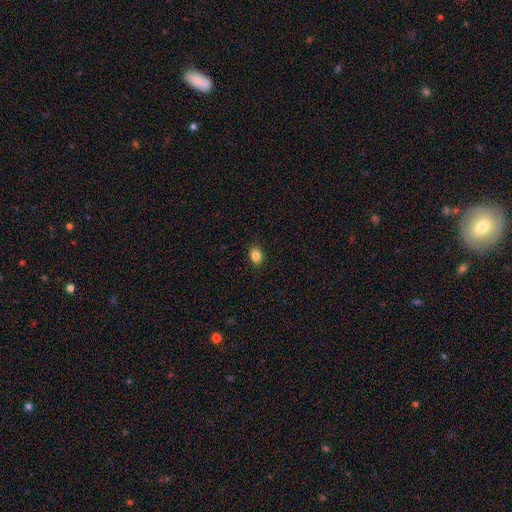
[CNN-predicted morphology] Overall: smooth (84%). How rounded: in between (56%; round 43%). Merging: none (89%).